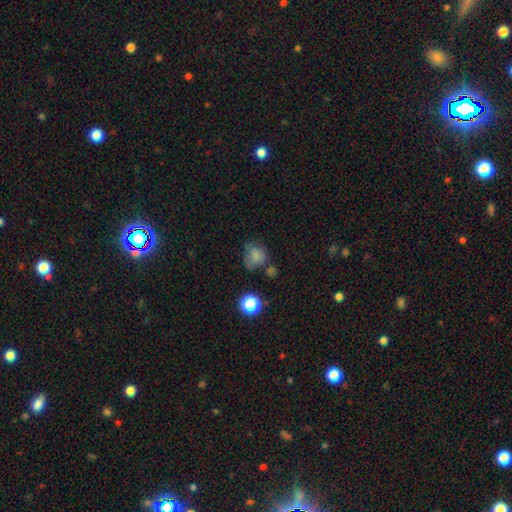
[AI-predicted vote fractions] smooth_or_featured: smooth (p=0.73) [alt: star or artifact p=0.14]
how_rounded: round (p=0.65) [alt: in between p=0.34]
merging: none (p=0.44) [alt: minor disturbance p=0.26]